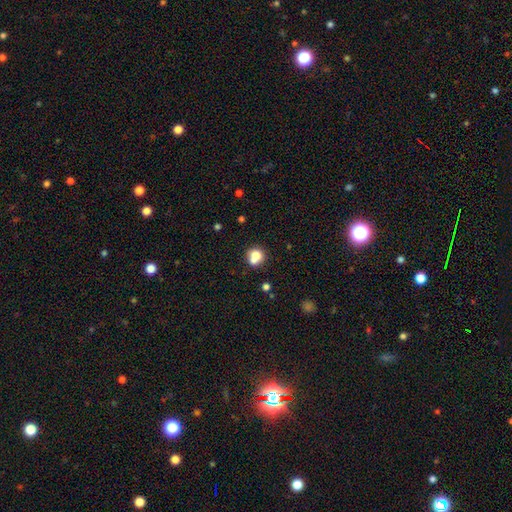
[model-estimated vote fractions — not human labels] This appears to be a smooth galaxy with no disk features (76%) that is round (79%). Merging: none (45%).